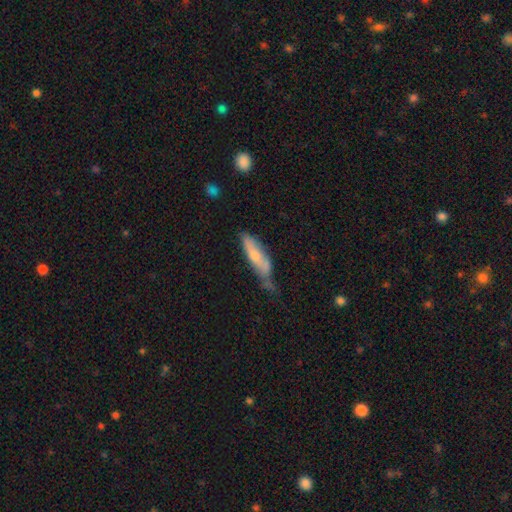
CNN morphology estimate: smooth_or_featured: smooth (p=0.58) [alt: featured or disk p=0.36]
how_rounded: cigar-shaped (p=0.68) [alt: in between p=0.30]
merging: minor disturbance (p=0.38) [alt: none p=0.35]